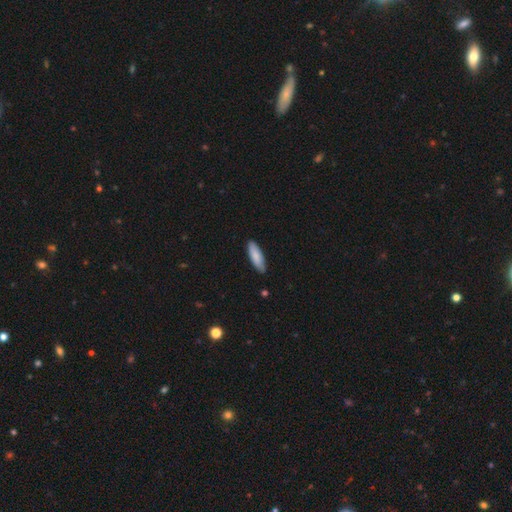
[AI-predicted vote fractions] This is clearly a smooth galaxy (85%). How rounded: possibly in between (51%). Merging: clearly none (86%).